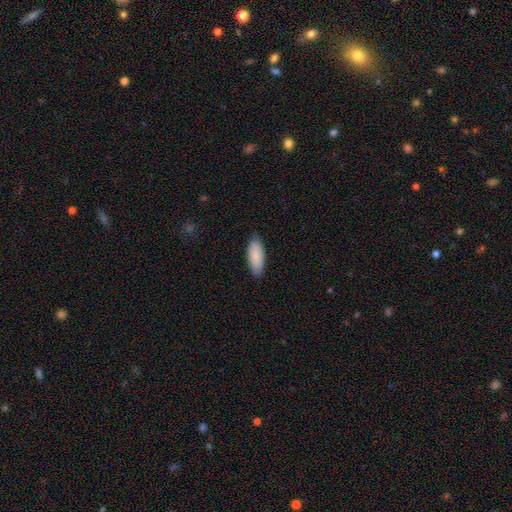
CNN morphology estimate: Overall: smooth (88%). How rounded: in between (86%). Merging: none (81%).